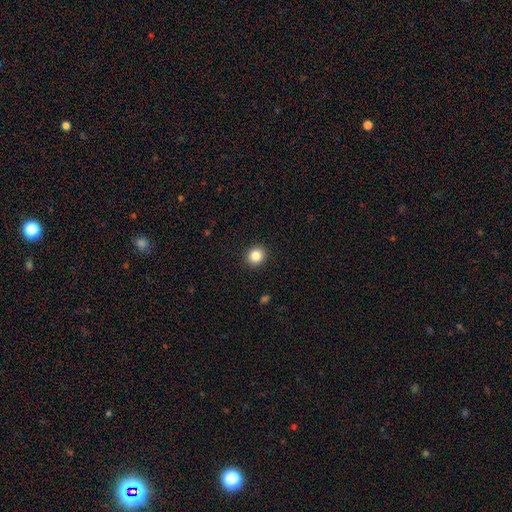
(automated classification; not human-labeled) Q: Smooth or featured?
A: smooth (86%); runner-up: star or artifact (10%)
Q: How rounded?
A: round (84%); runner-up: in between (15%)
Q: Merging?
A: none (92%); runner-up: minor disturbance (6%)